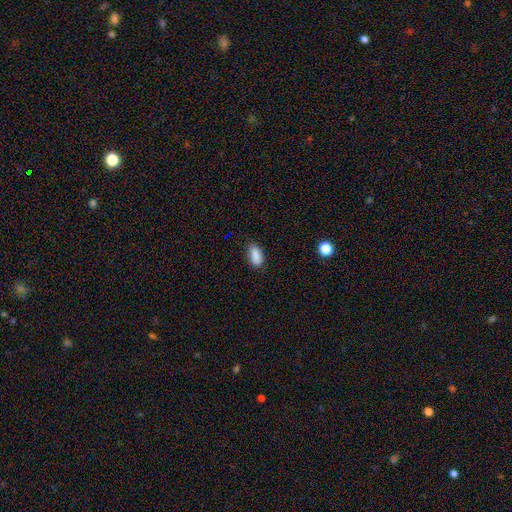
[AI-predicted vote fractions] Smooth or featured? smooth (87%)
How rounded? in between (86%)
Merging? none (80%)